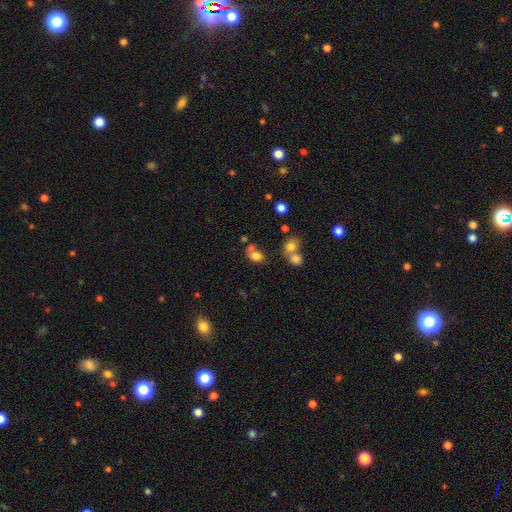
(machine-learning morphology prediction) Overall: smooth (76%). How rounded: in between (54%; round 45%). Merging: none (45%; merger 31%).